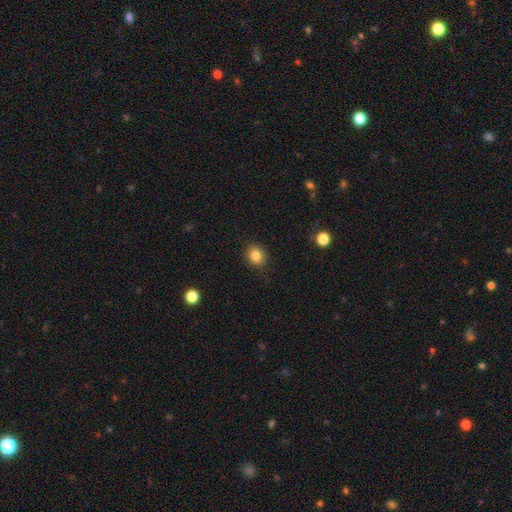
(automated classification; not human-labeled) smooth-or-featured: smooth: 84% | star or artifact: 11% | featured or disk: 6%
  how-rounded: round: 69% | in between: 30% | cigar-shaped: 1%
  merging: none: 87% | minor disturbance: 9% | major disturbance: 2% | merger: 1%